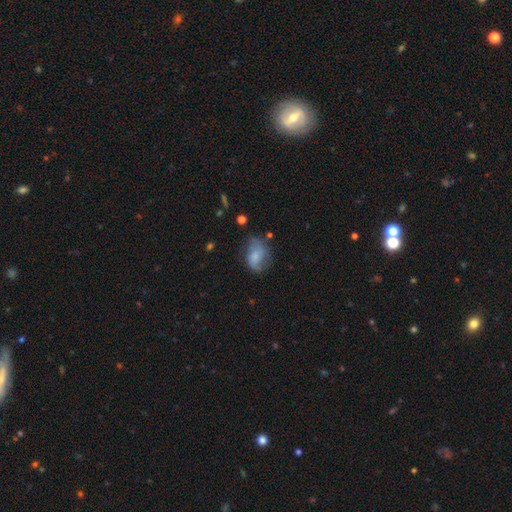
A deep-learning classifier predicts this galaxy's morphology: Smooth or featured? smooth (63%)
How rounded? in between (81%)
Merging? none (39%)